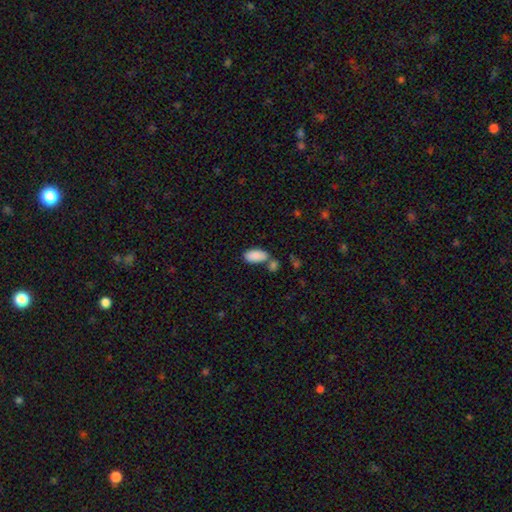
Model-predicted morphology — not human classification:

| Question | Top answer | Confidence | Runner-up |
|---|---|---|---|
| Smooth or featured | smooth | 88% | star or artifact (7%) |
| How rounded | in between | 93% | cigar-shaped (4%) |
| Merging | none | 54% | merger (27%) |